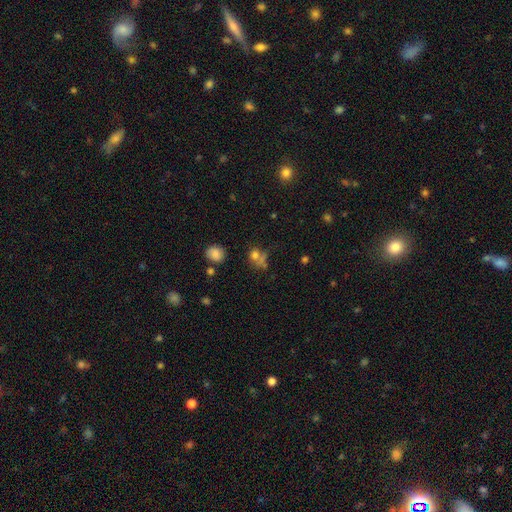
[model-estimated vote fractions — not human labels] Smooth or featured: smooth — 68% (star or artifact — 20%)
How rounded: round — 68% (in between — 30%)
Merging: none — 45% (merger — 27%)